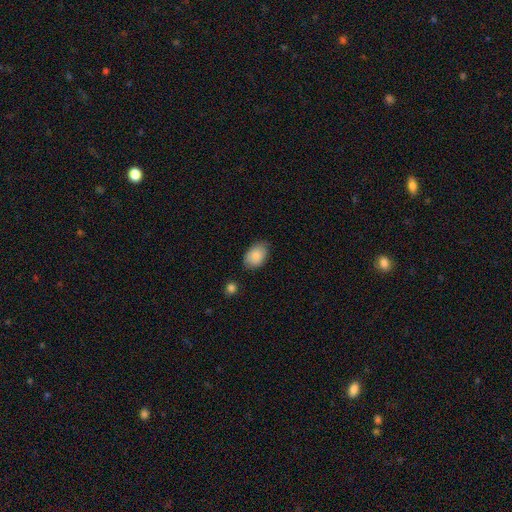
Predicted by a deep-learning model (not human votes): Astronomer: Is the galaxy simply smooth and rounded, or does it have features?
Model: smooth — 88%.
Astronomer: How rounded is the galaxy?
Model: in between — 88%.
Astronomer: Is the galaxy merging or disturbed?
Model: none — 77%.